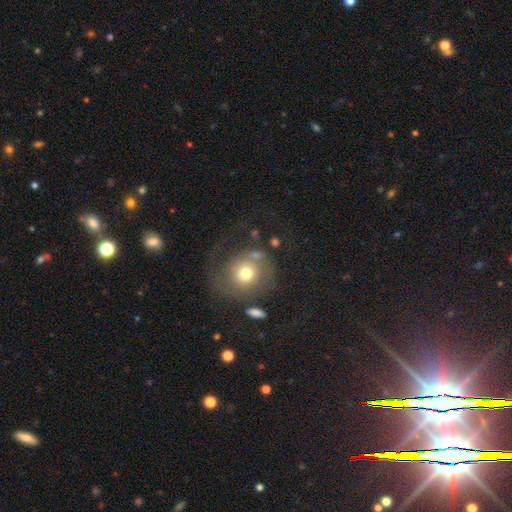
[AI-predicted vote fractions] Smooth or featured? Predicted: featured or disk (p=0.46). Merging? Predicted: none (p=0.44).